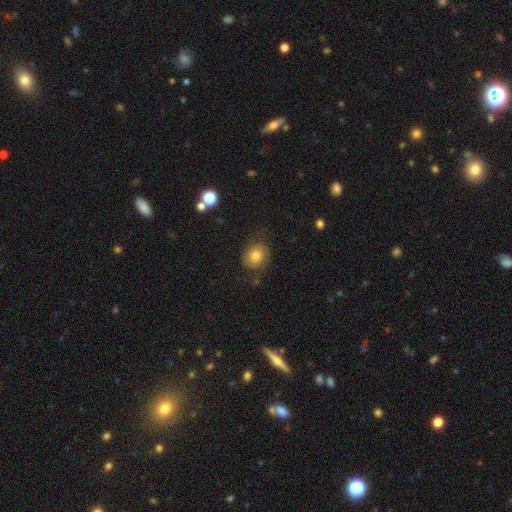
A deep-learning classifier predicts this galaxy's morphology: The model was most divided on "how rounded": round: 70%, in between: 29%, cigar-shaped: 1%. More confident: merging — none (70%); smooth or featured — smooth (68%).